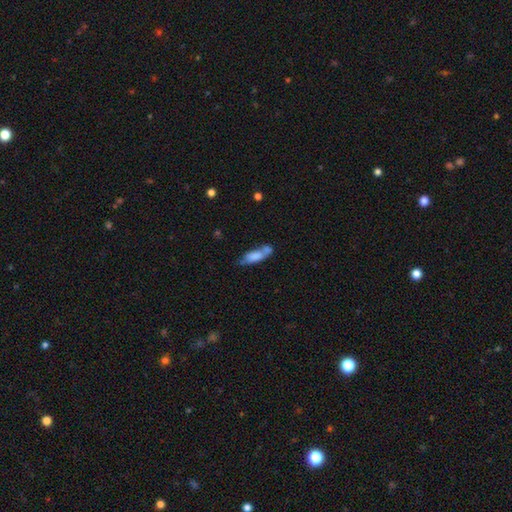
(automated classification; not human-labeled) Smooth or featured? smooth (71%)
How rounded? in between (52%)
Merging? none (39%)